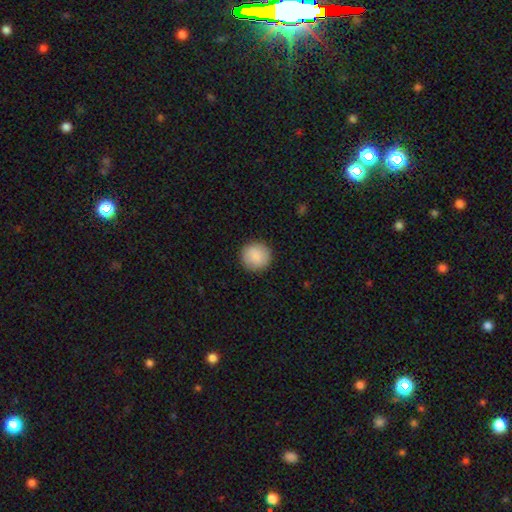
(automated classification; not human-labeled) Smooth or featured? Predicted: smooth (p=0.88). How rounded? Predicted: round (p=0.96). Merging? Predicted: none (p=0.92).